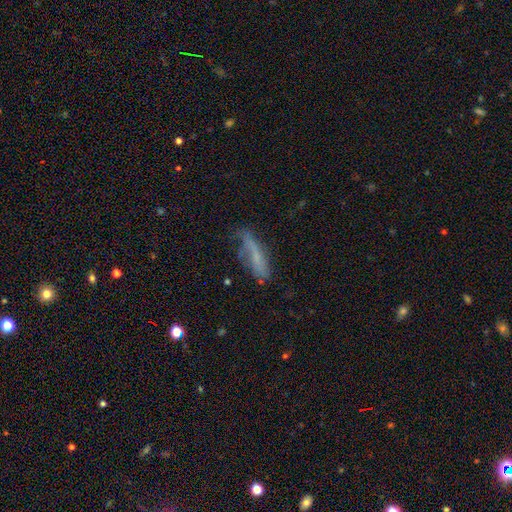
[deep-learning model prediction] A smooth galaxy with no disk features (54%) that is cigar-shaped (68%). Merging: none (41%).